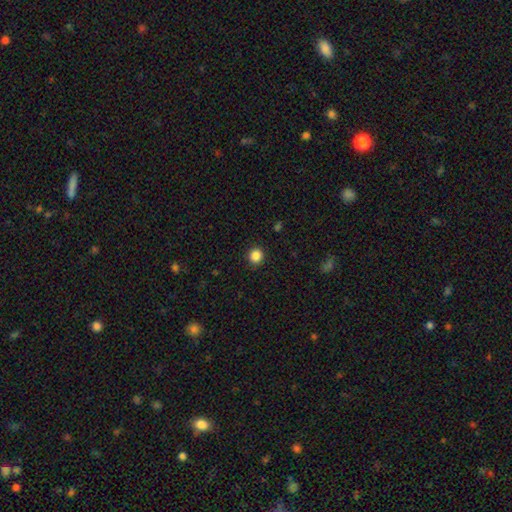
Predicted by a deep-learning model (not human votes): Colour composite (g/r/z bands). It shows a smooth galaxy with no disk features (86%) that is round (92%). Merging: none (92%).